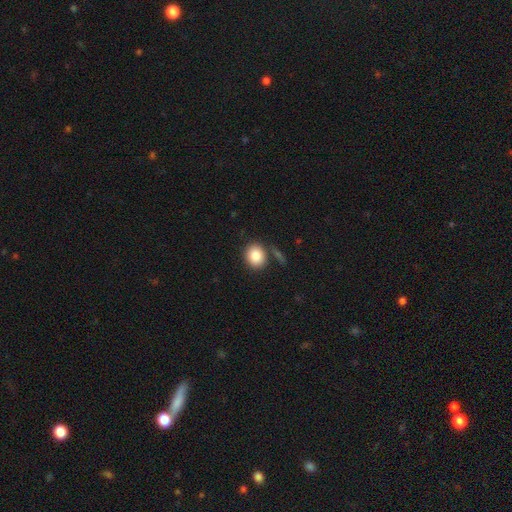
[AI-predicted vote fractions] smooth 84%, star or artifact 8%, featured or disk 7%. Down the decision tree: how rounded — round (67%); merging — none (78%).